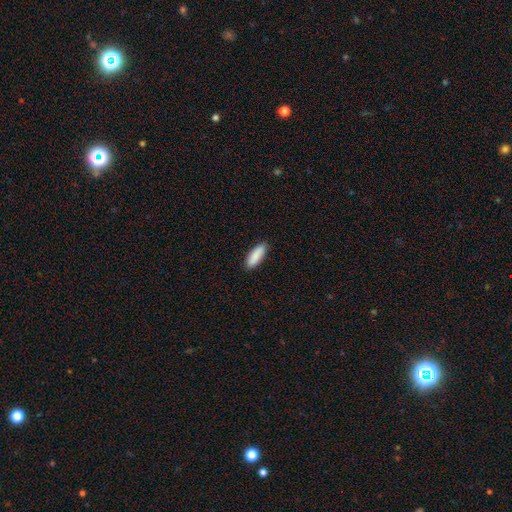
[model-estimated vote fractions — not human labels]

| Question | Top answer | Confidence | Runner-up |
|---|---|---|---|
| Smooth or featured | smooth | 90% | star or artifact (6%) |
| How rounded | in between | 60% | cigar-shaped (39%) |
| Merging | none | 89% | minor disturbance (8%) |